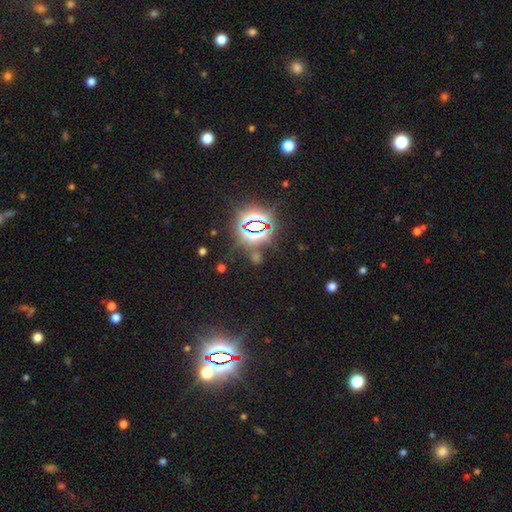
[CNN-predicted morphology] Smooth or featured?
  - star or artifact: 79% *
  - smooth: 14%
  - featured or disk: 7%